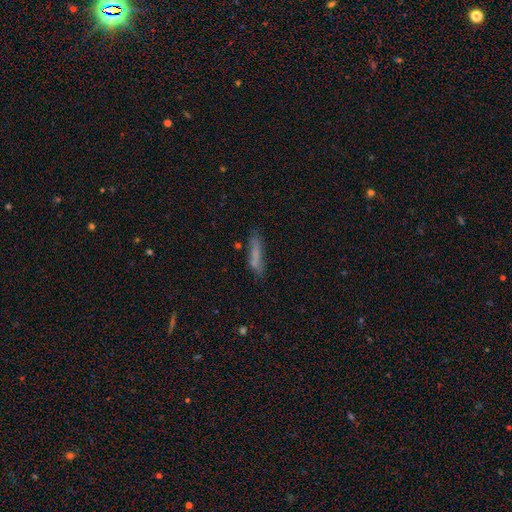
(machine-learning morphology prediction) Smooth or featured: smooth — 69% (featured or disk — 21%)
How rounded: cigar-shaped — 79% (in between — 19%)
Merging: none — 67% (minor disturbance — 21%)